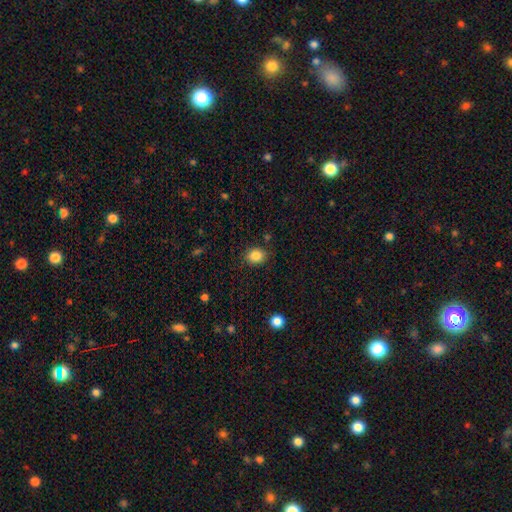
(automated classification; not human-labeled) Smooth or featured? smooth (86%)
How rounded? round (56%)
Merging? none (83%)